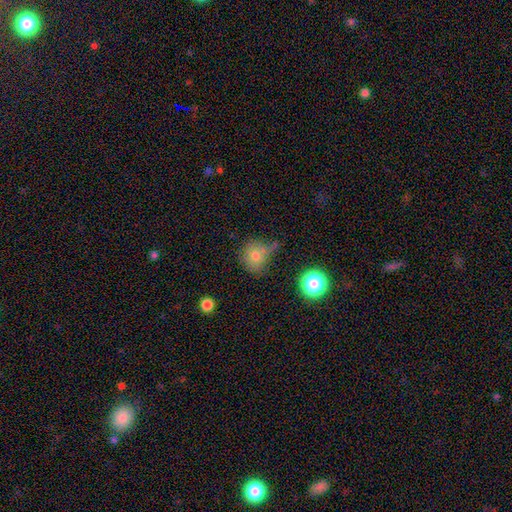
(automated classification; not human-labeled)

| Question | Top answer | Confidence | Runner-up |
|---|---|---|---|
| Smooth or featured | smooth | 72% | star or artifact (15%) |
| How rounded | round | 80% | in between (19%) |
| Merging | none | 48% | minor disturbance (26%) |